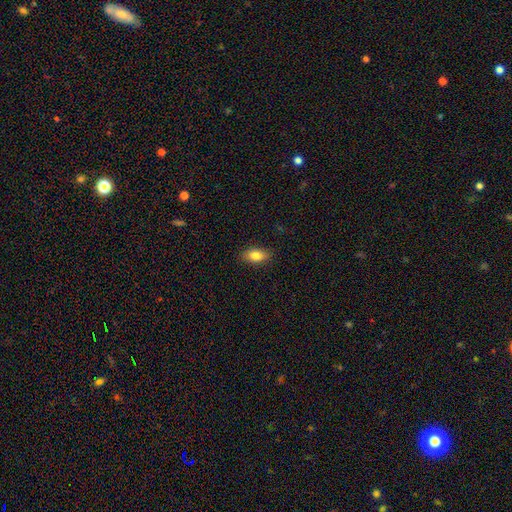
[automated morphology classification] This is clearly a smooth galaxy (82%). How rounded: clearly in between (87%). Merging: clearly none (86%).